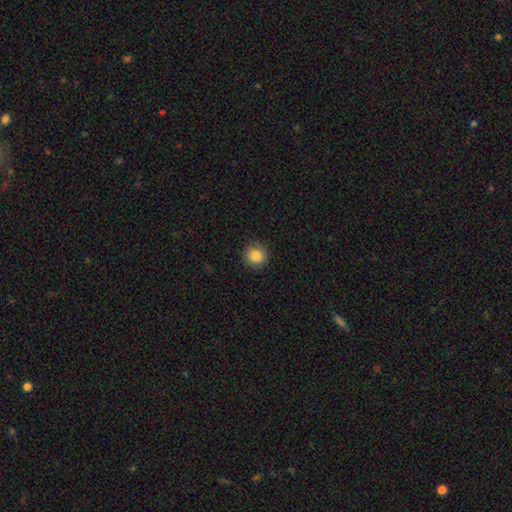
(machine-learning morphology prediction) Smooth or featured? smooth (86%)
How rounded? round (93%)
Merging? none (90%)